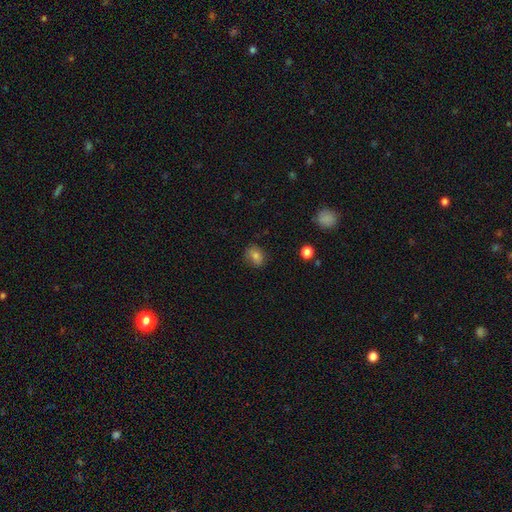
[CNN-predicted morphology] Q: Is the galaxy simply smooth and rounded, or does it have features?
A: smooth — 77%.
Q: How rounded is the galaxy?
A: round — 50%.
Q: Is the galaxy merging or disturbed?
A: none — 77%.